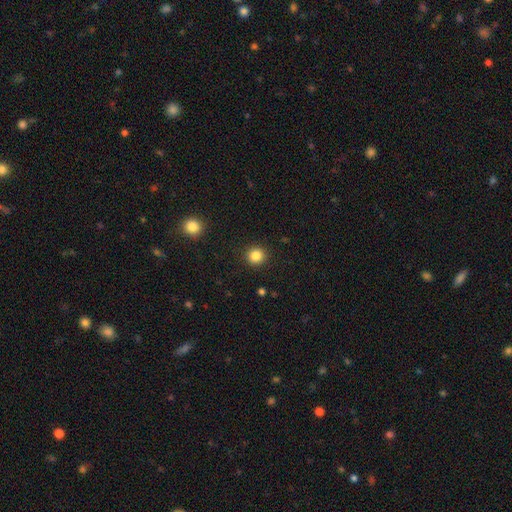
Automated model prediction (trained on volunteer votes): Overall: smooth (84%). How rounded: round (93%). Merging: none (92%).